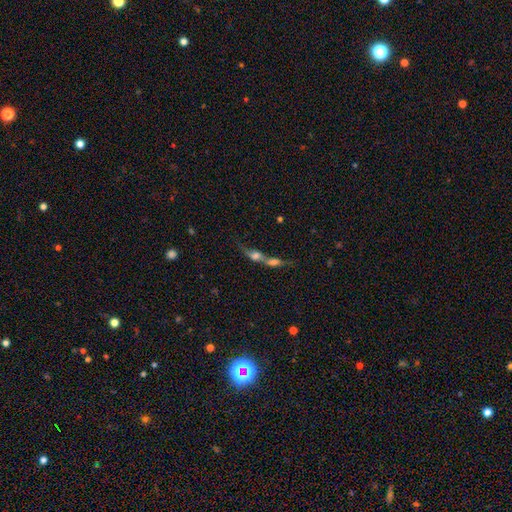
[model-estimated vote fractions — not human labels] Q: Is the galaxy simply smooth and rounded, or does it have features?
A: smooth — 44%.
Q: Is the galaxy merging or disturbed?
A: merger — 76%.